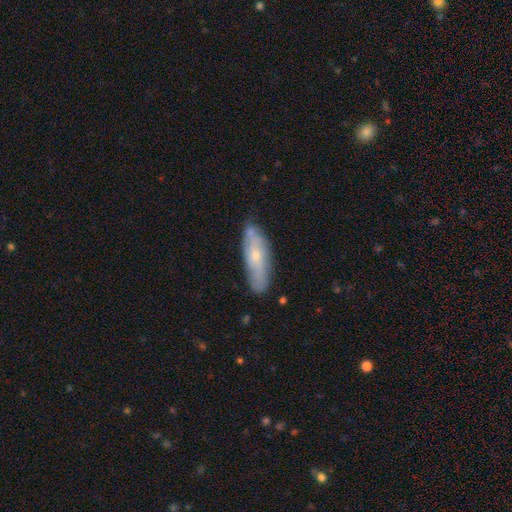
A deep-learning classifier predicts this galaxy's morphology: smooth-or-featured: featured or disk: 49% | smooth: 45% | star or artifact: 7%
  merging: none: 73% | minor disturbance: 21% | major disturbance: 4% | merger: 3%